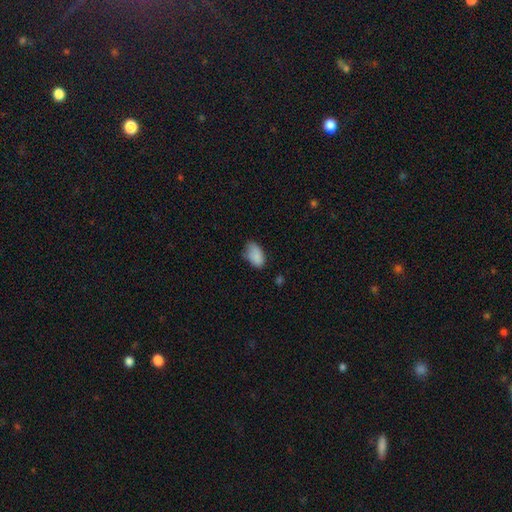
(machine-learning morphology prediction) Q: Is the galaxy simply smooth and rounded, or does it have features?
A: smooth — 86%.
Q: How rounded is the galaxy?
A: in between — 92%.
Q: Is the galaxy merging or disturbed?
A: none — 60%.